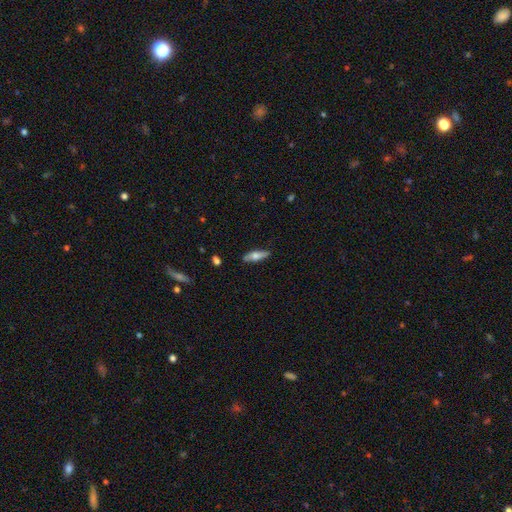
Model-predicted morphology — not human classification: Overall: smooth (52%; featured or disk 42%). How rounded: cigar-shaped (59%; in between 38%). Merging: none (84%).